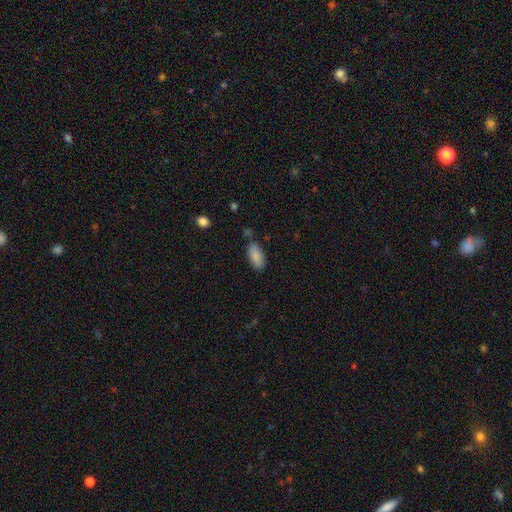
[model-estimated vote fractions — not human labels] Overall: smooth (85%). How rounded: in between (89%). Merging: none (71%).